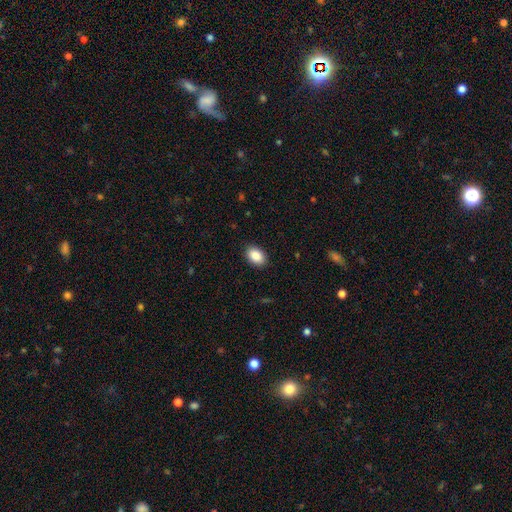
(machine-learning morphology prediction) type=smooth (89%); roundness=in between (86%); merging=none (89%).